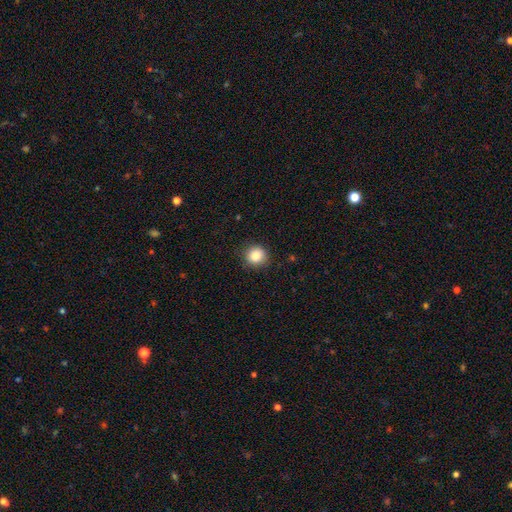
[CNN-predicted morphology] smooth 87%, star or artifact 9%, featured or disk 4%. Down the decision tree: how rounded — round (89%); merging — none (86%).